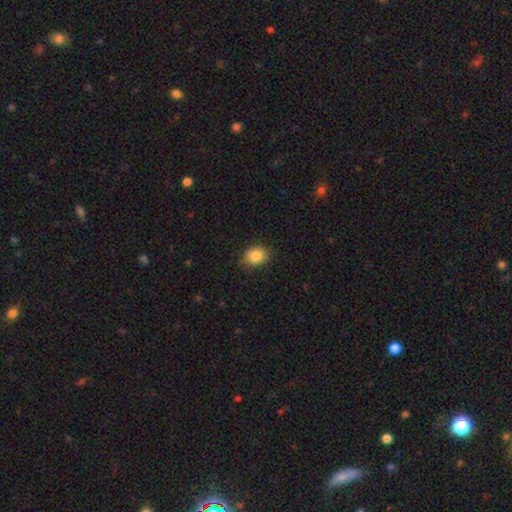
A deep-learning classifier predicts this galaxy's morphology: smooth-or-featured: smooth: 86% | star or artifact: 9% | featured or disk: 5%
  how-rounded: round: 50% | in between: 49% | cigar-shaped: 1%
  merging: none: 82% | minor disturbance: 14% | major disturbance: 3% | merger: 1%